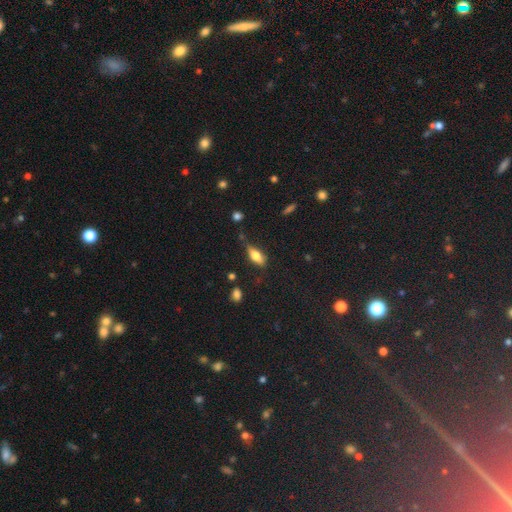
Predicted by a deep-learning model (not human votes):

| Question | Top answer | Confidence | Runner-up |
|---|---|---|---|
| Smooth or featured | smooth | 61% | featured or disk (30%) |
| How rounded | in between | 69% | cigar-shaped (27%) |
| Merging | none | 66% | minor disturbance (23%) |